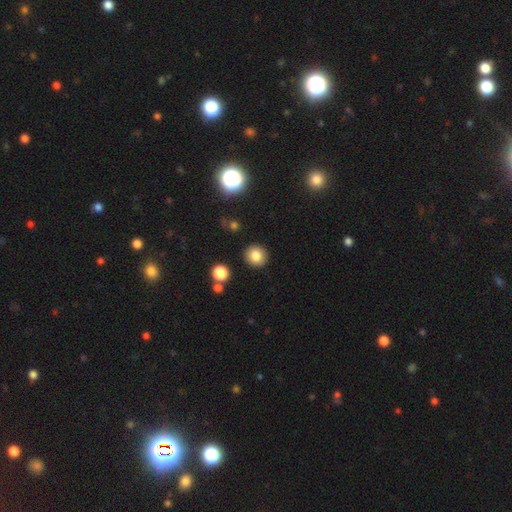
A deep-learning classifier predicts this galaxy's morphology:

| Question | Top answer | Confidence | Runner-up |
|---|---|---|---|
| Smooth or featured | smooth | 82% | star or artifact (11%) |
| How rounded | round | 89% | in between (10%) |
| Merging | none | 90% | minor disturbance (6%) |